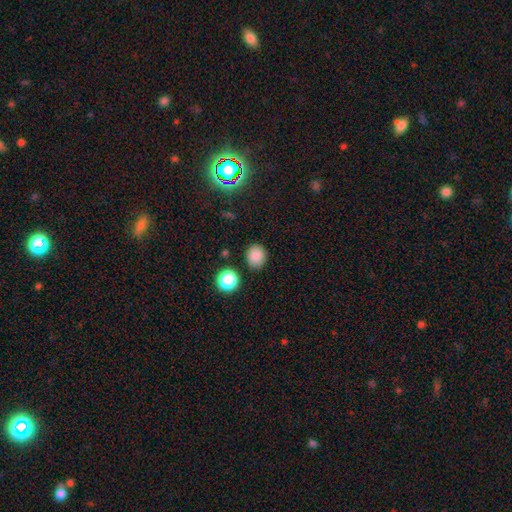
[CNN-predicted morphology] smooth-or-featured: smooth: 84% | star or artifact: 12% | featured or disk: 4%
  how-rounded: round: 78% | in between: 21% | cigar-shaped: 1%
  merging: none: 85% | minor disturbance: 9% | merger: 3% | major disturbance: 3%